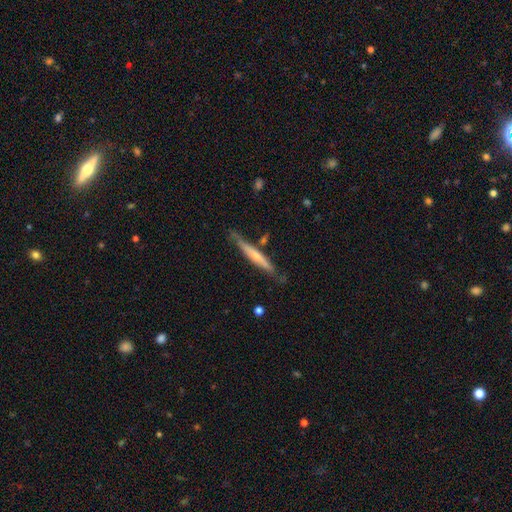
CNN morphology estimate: This appears to be a featured or disk galaxy (54%) viewed edge-on (92%). Merging: none (72%).